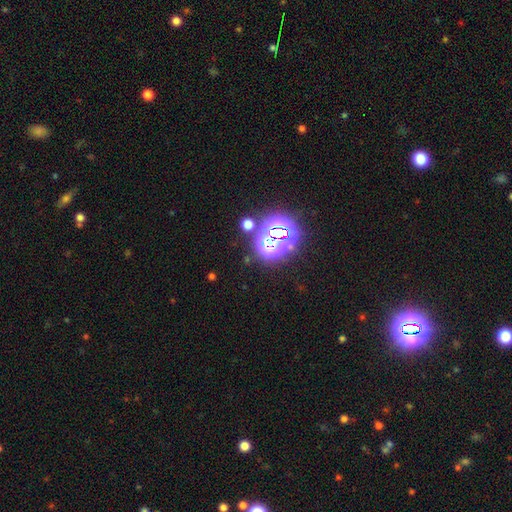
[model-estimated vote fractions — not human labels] Q: Smooth or featured?
A: star or artifact (82%); runner-up: smooth (11%)